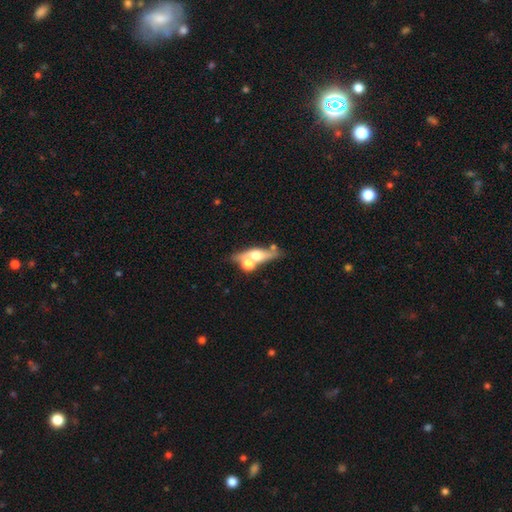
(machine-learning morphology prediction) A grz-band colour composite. It shows a featured or disk galaxy (49%). Merging: none (44%).